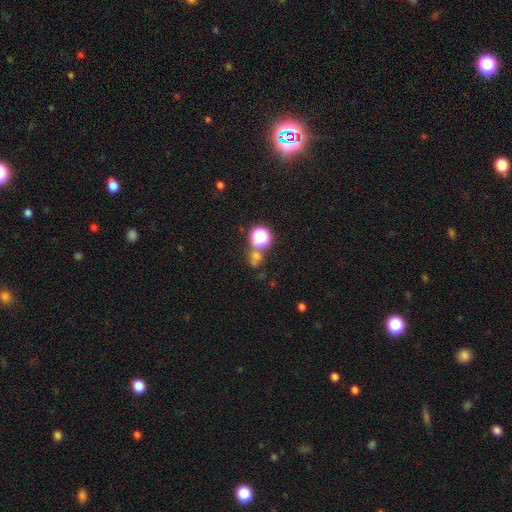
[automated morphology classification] smooth_or_featured: star or artifact (p=0.46) [alt: smooth p=0.44]